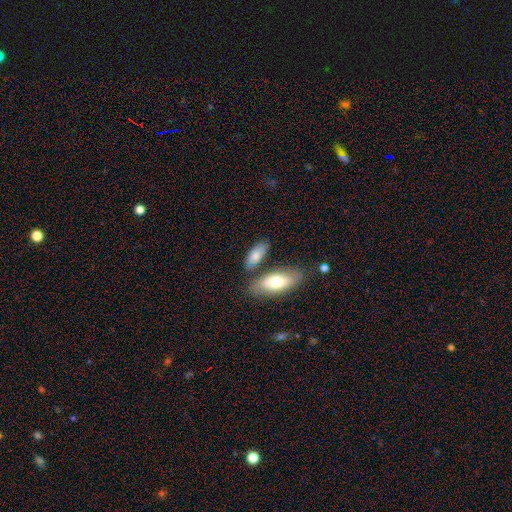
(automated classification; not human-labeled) This appears to be a smooth galaxy with no disk features (74%) that is in between round and cigar-shaped (83%). Merging: none (64%).